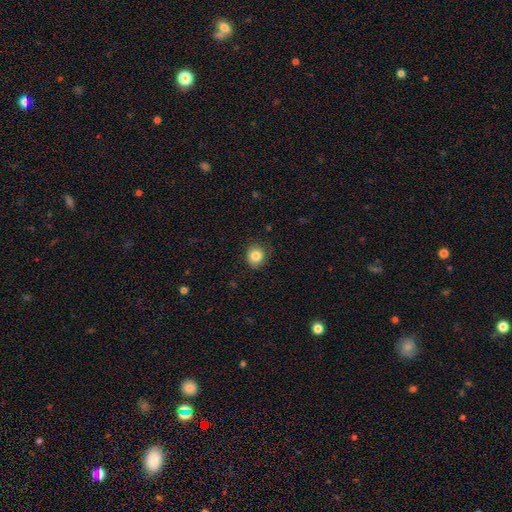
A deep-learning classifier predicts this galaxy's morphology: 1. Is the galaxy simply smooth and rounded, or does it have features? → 84% smooth, 10% star or artifact, 6% featured or disk.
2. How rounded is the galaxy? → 82% round, 17% in between, 1% cigar-shaped.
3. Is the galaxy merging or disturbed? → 84% none, 13% minor disturbance, 3% major disturbance, 1% merger.